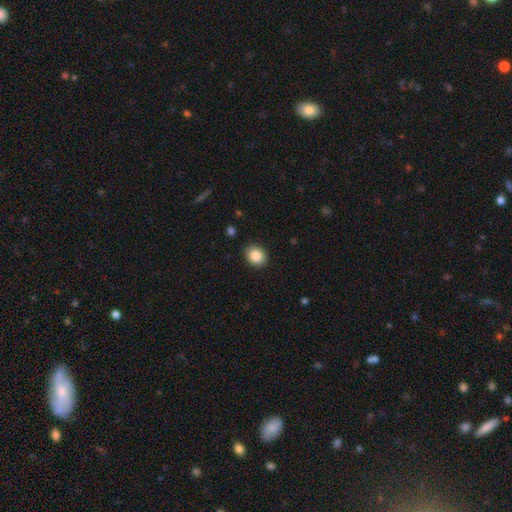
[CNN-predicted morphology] smooth-or-featured: smooth: 87% | star or artifact: 8% | featured or disk: 5%
  how-rounded: round: 54% | in between: 46% | cigar-shaped: 1%
  merging: none: 89% | minor disturbance: 8% | major disturbance: 2% | merger: 1%